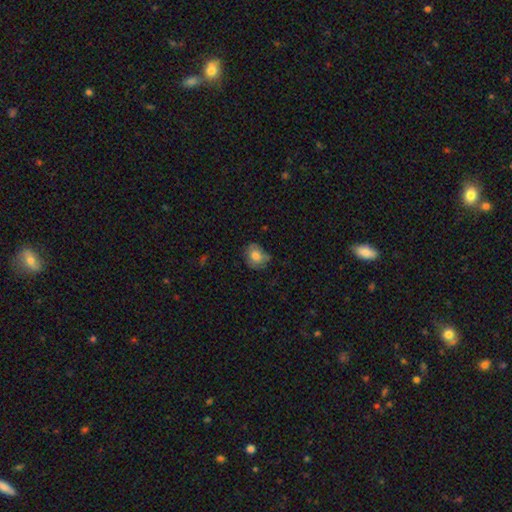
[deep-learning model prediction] smooth-or-featured: smooth: 77% | featured or disk: 15% | star or artifact: 8%
  how-rounded: round: 62% | in between: 37% | cigar-shaped: 1%
  merging: none: 60% | minor disturbance: 29% | major disturbance: 8% | merger: 3%